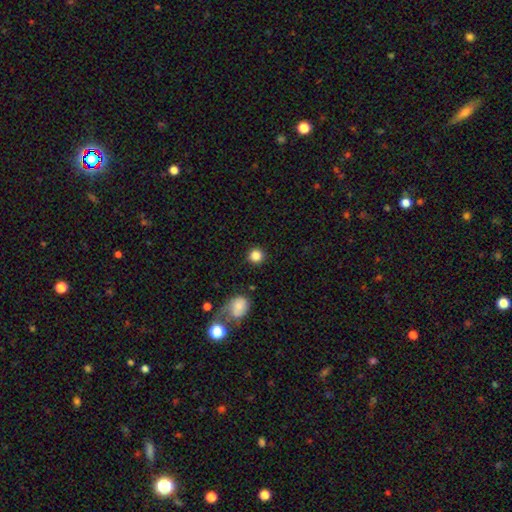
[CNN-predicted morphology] The model was most divided on "smooth or featured": smooth: 86%, star or artifact: 10%, featured or disk: 4%. More confident: how rounded — round (93%); merging — none (88%).